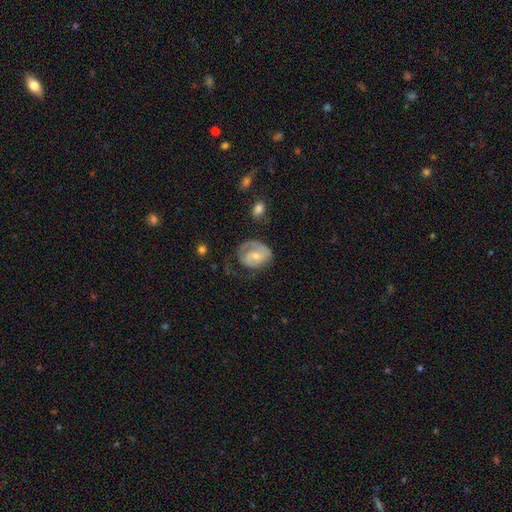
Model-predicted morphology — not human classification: This is possibly a featured or disk galaxy (57%). It is clearly not viewed edge-on (97%). Bar: likely no (64%). Spiral arm pattern: likely yes (73%). Central bulge: possibly moderate (48%). Merging: marginally none (44%).